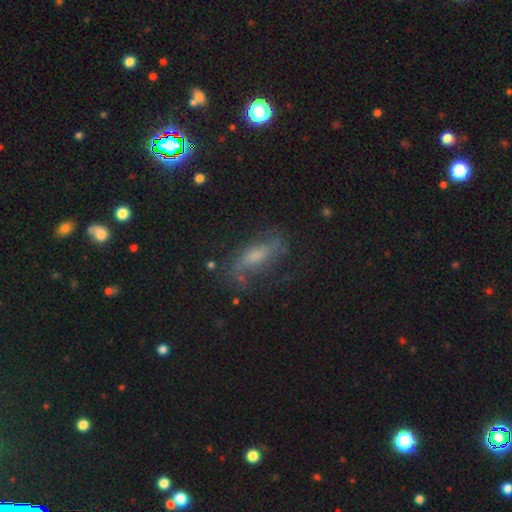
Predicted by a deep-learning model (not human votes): Morphology: type=featured or disk (59%); edge-on=no (78%); merging=none (61%).